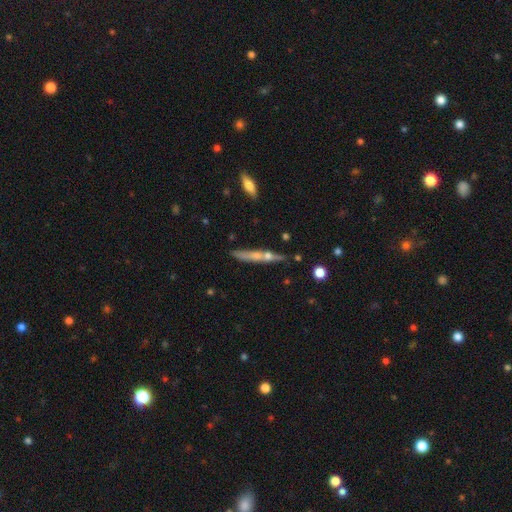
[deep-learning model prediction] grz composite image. It shows a featured or disk galaxy (49%). Merging: none (73%).